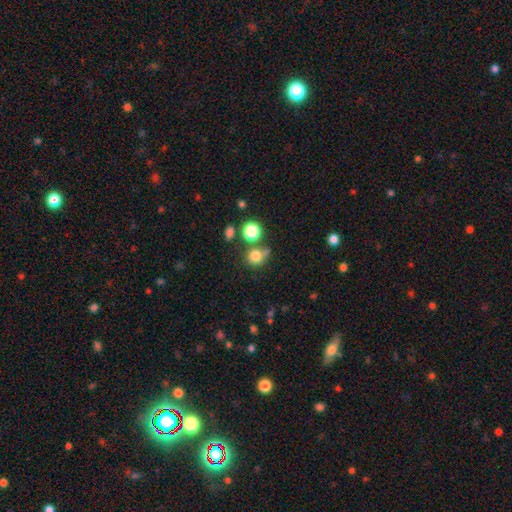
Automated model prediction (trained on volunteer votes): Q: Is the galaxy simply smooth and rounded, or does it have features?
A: smooth — 78%.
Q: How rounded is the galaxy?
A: round — 87%.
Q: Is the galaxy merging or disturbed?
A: none — 64%.